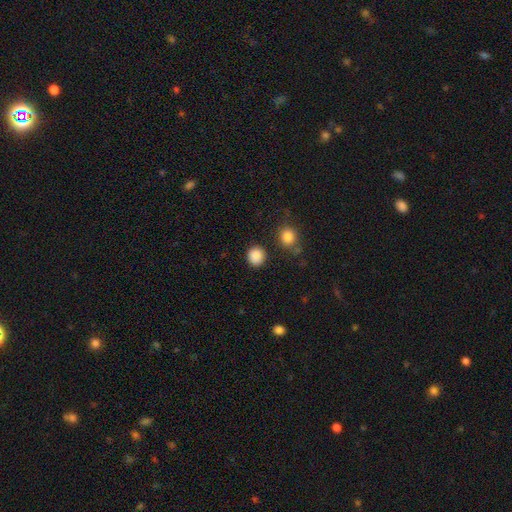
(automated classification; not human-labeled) Overall: smooth (88%). How rounded: round (90%). Merging: none (88%).